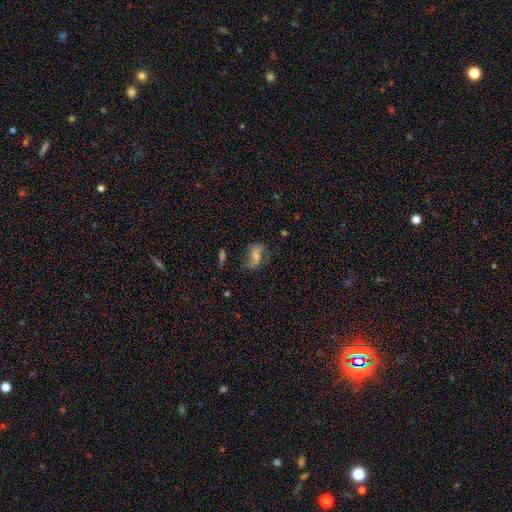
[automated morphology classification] Overall: featured or disk (49%; smooth 41%). Merging: none (56%; minor disturbance 23%).